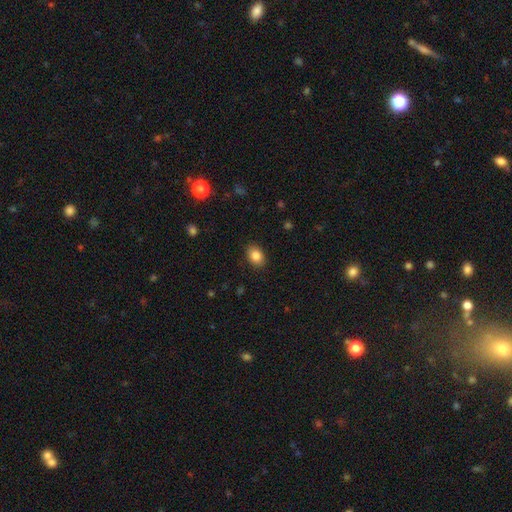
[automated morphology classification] Smooth or featured? smooth (85%)
How rounded? in between (74%)
Merging? none (88%)